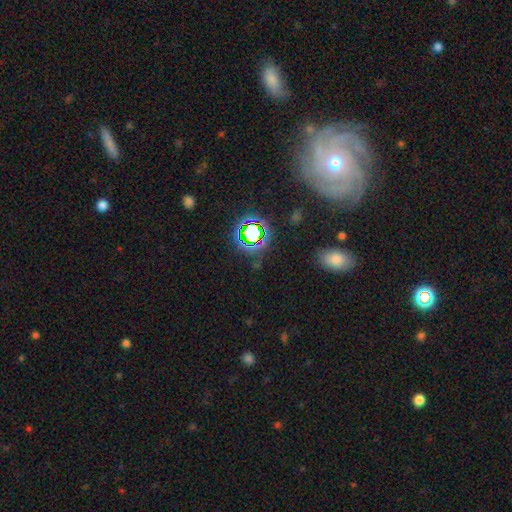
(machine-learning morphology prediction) smooth-or-featured: featured or disk: 59% | star or artifact: 25% | smooth: 16%
  disk-edge-on: no: 91% | yes: 9%
    bar: no: 63% | weak: 25% | strong: 13%
    has-spiral-arms: yes: 92% | no: 8%
    bulge-size: moderate: 52% | small: 40% | large: 4% | dominant: 2% | none: 2%
  merging: none: 80% | minor disturbance: 12% | major disturbance: 5% | merger: 3%